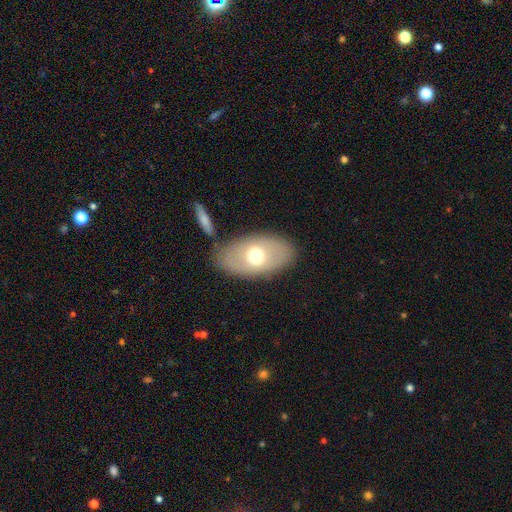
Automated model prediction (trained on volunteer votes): Smooth or featured?
  - smooth: 59% *
  - featured or disk: 33%
  - star or artifact: 7%
How rounded?
  - in between: 89% *
  - round: 9%
  - cigar-shaped: 2%
Merging?
  - none: 78% *
  - minor disturbance: 12%
  - merger: 6%
  - major disturbance: 5%